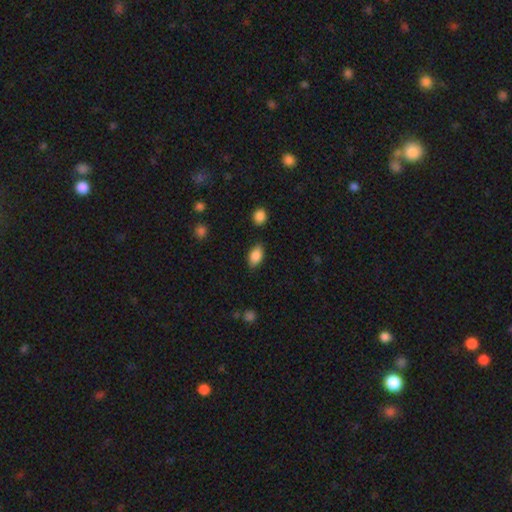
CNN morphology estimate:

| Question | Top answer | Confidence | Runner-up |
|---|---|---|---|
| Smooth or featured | smooth | 86% | star or artifact (8%) |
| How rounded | in between | 89% | round (8%) |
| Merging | none | 81% | minor disturbance (14%) |